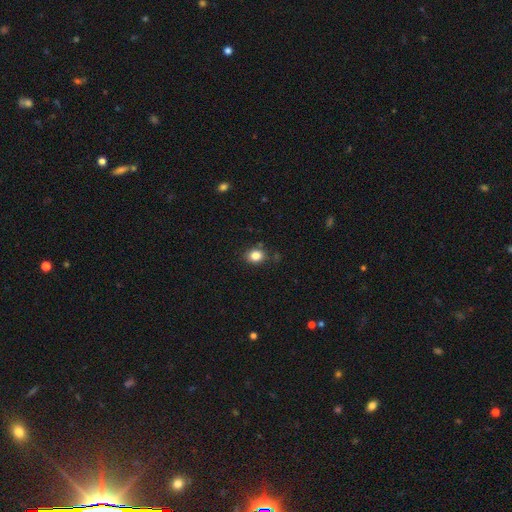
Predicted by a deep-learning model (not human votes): This is clearly a smooth galaxy (84%). How rounded: possibly round (56%). Merging: clearly none (82%).